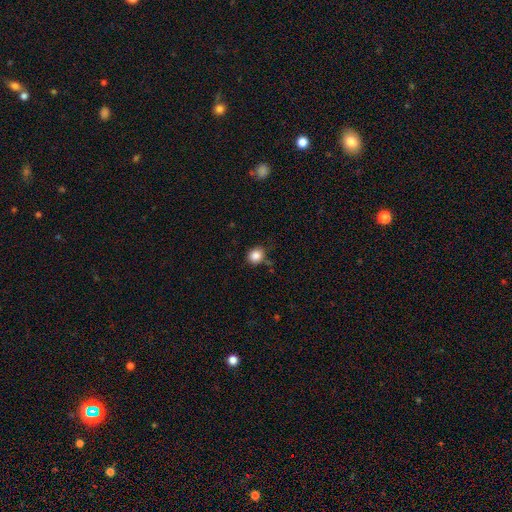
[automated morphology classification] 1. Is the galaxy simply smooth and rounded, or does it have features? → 86% smooth, 10% star or artifact, 4% featured or disk.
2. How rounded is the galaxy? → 81% round, 18% in between, 1% cigar-shaped.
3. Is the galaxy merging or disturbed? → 79% none, 14% minor disturbance, 3% major disturbance, 3% merger.